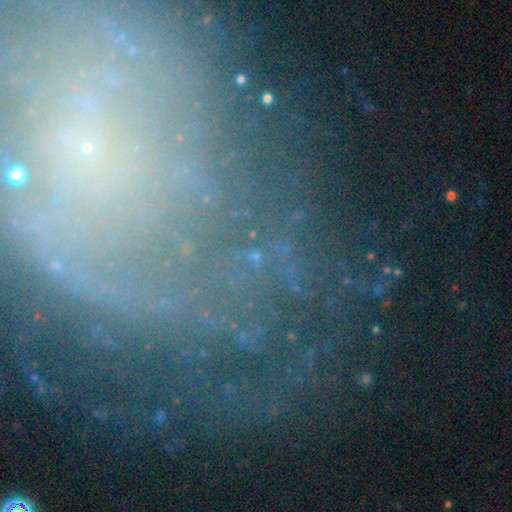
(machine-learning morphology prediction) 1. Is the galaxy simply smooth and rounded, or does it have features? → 49% star or artifact, 35% featured or disk, 16% smooth.